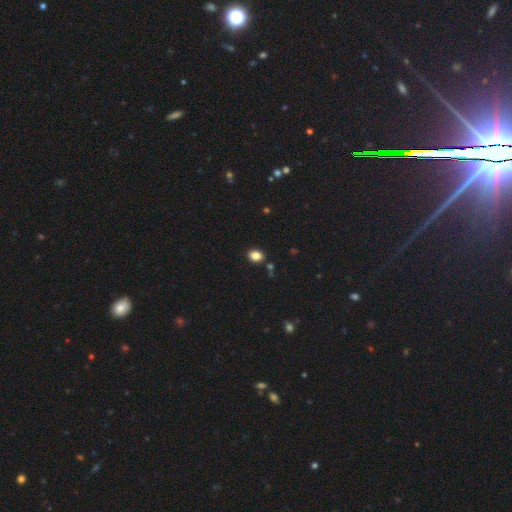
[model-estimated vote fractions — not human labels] Smooth or featured: smooth — 85% (star or artifact — 11%)
How rounded: in between — 61% (round — 38%)
Merging: none — 86% (minor disturbance — 9%)